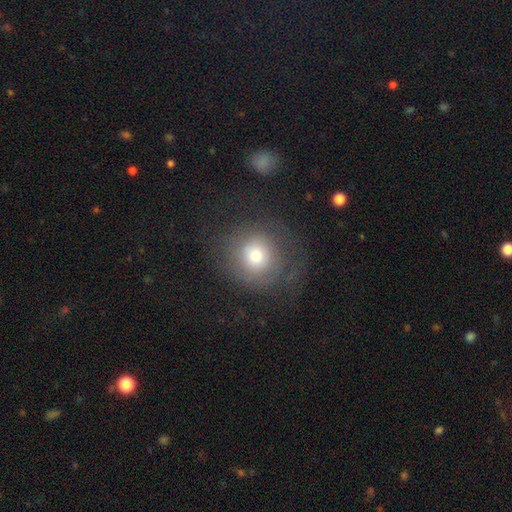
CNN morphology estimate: This appears to be a smooth galaxy with no disk features (65%) that is round (89%). Merging: none (65%).